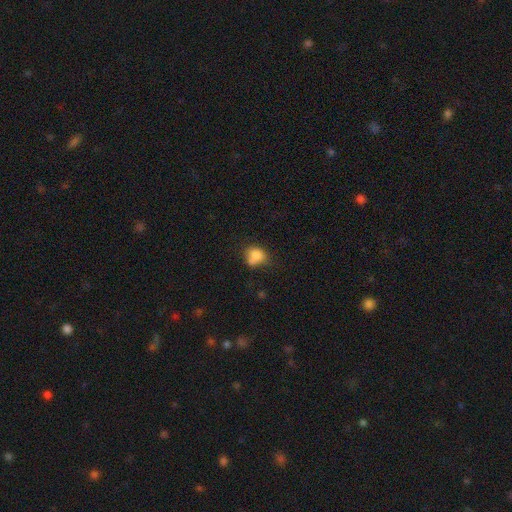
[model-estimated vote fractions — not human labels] Morphology: type=smooth (78%); roundness=round (50%); merging=none (41%).